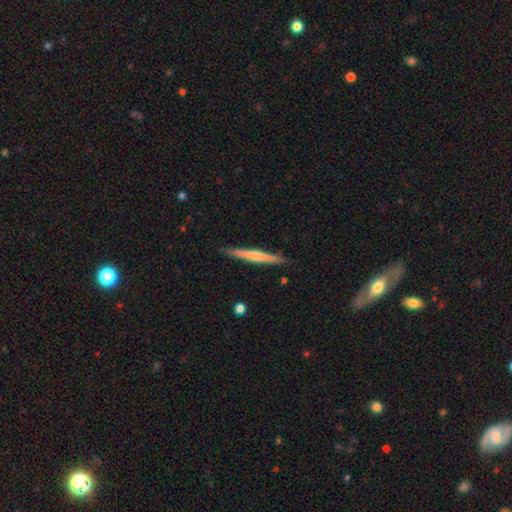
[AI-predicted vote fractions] Smooth or featured: featured or disk — 49% (smooth — 45%)
Merging: none — 90% (minor disturbance — 8%)